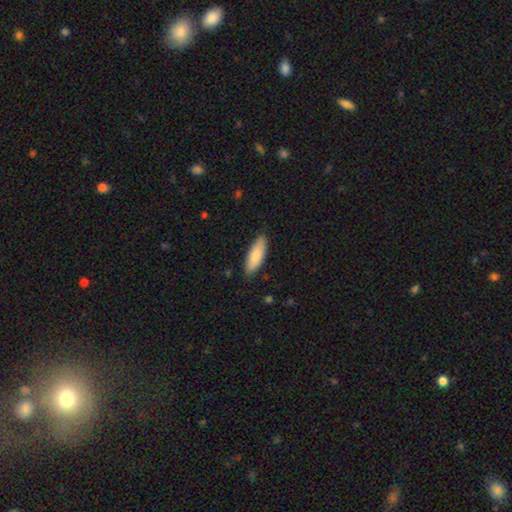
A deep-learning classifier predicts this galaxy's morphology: Smooth or featured? smooth (84%)
How rounded? in between (64%)
Merging? none (84%)